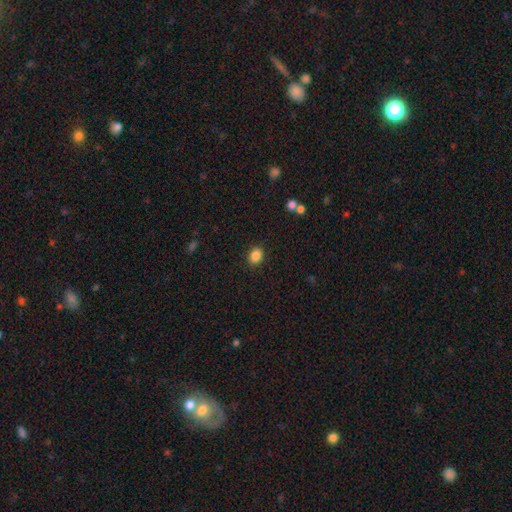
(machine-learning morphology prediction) smooth_or_featured: smooth (p=0.86) [alt: star or artifact p=0.10]
how_rounded: in between (p=0.53) [alt: round p=0.46]
merging: none (p=0.89) [alt: minor disturbance p=0.08]